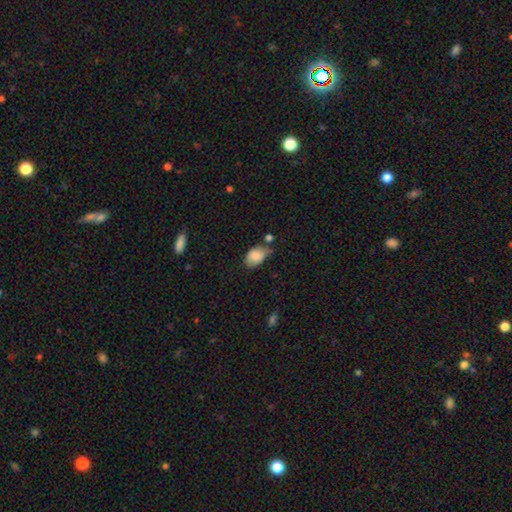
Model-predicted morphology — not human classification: type=smooth (85%); roundness=in between (83%); merging=none (44%).